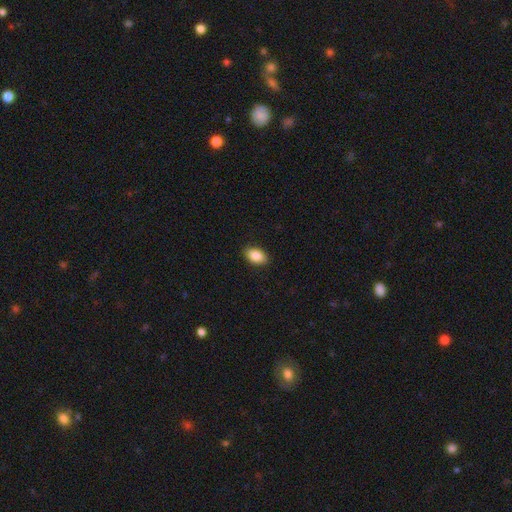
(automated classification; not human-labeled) A smooth galaxy with no disk features (88%) that is in between round and cigar-shaped (91%). Merging: none (89%).